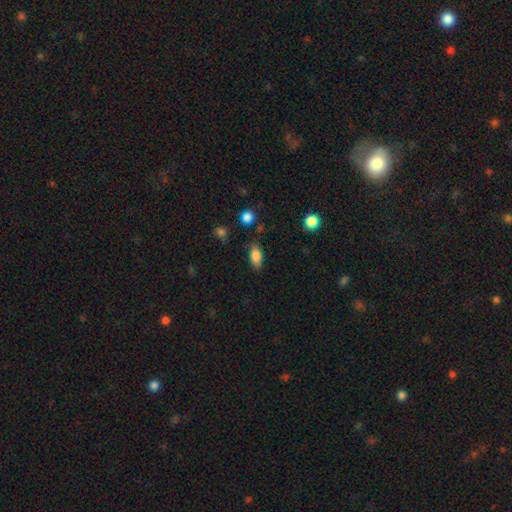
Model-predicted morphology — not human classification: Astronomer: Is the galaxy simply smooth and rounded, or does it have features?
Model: smooth — 83%.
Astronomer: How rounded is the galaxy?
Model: in between — 87%.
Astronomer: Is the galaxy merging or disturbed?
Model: none — 76%.